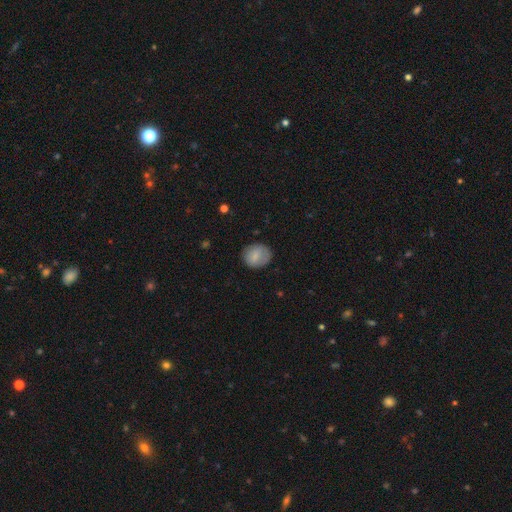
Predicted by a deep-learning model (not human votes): A smooth galaxy with no disk features (79%) that is round (68%).

Vote fractions:
- Smooth or featured? smooth: 79% / featured or disk: 13% / star or artifact: 7%
- How rounded? round: 68% / in between: 31% / cigar-shaped: 1%
- Merging? none: 78% / minor disturbance: 16% / major disturbance: 5% / merger: 1%